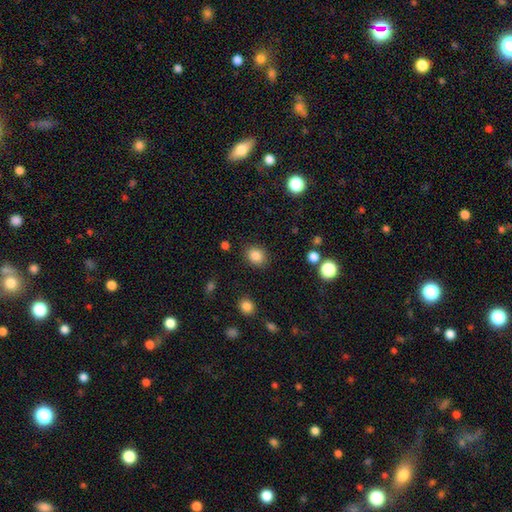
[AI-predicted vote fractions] smooth 84%, star or artifact 10%, featured or disk 5%. Down the decision tree: how rounded — round (56%); merging — none (86%).